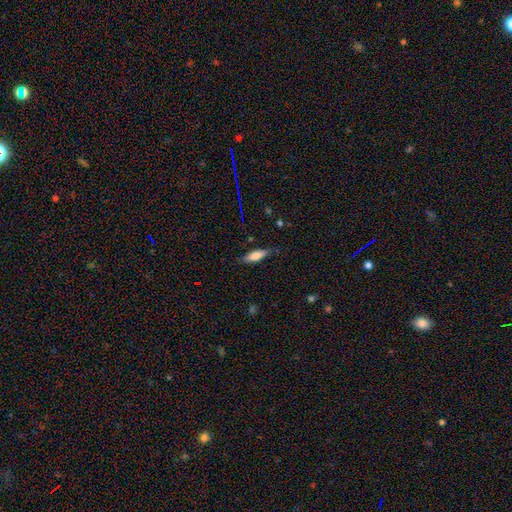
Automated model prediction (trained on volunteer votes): Q: Smooth or featured?
A: smooth (72%); runner-up: featured or disk (22%)
Q: How rounded?
A: cigar-shaped (54%); runner-up: in between (44%)
Q: Merging?
A: none (81%); runner-up: minor disturbance (15%)